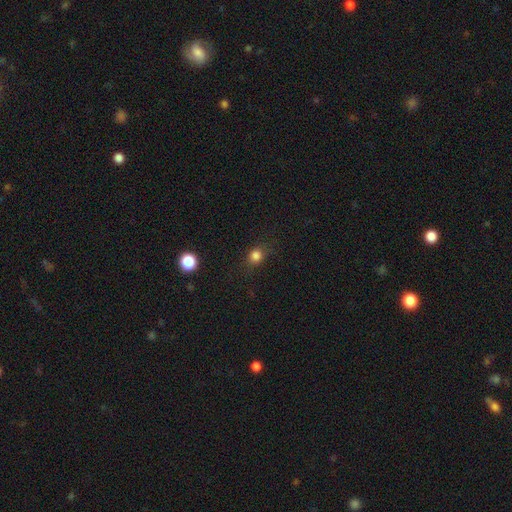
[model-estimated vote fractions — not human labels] Smooth or featured? Predicted: smooth (p=0.81). How rounded? Predicted: round (p=0.73). Merging? Predicted: none (p=0.79).